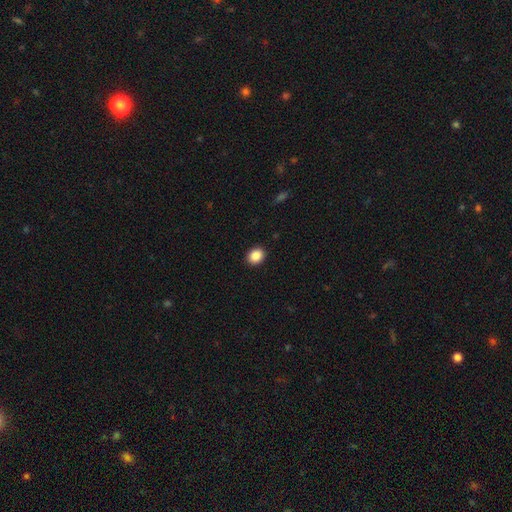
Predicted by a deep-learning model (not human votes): smooth-or-featured: smooth: 88% | star or artifact: 9% | featured or disk: 3%
  how-rounded: round: 59% | in between: 40% | cigar-shaped: 1%
  merging: none: 91% | minor disturbance: 6% | major disturbance: 2% | merger: 1%